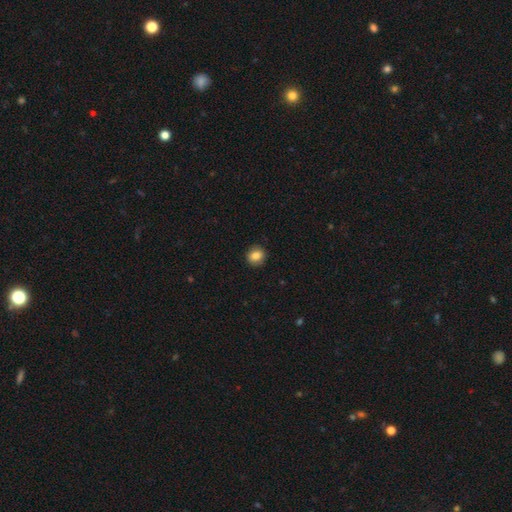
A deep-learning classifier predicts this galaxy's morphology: Smooth or featured?
  - smooth: 84% *
  - star or artifact: 9%
  - featured or disk: 7%
How rounded?
  - round: 79% *
  - in between: 20%
  - cigar-shaped: 1%
Merging?
  - none: 90% *
  - minor disturbance: 7%
  - major disturbance: 2%
  - merger: 1%